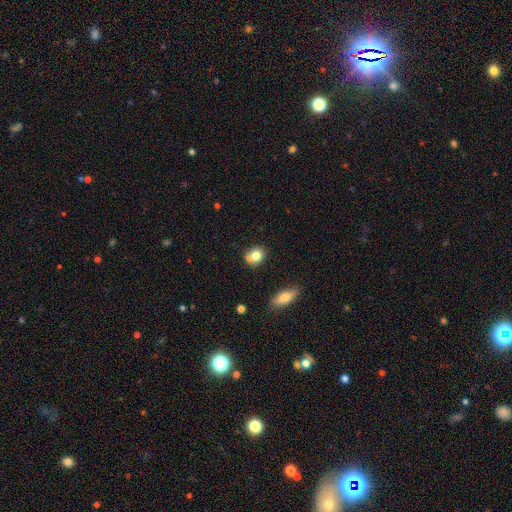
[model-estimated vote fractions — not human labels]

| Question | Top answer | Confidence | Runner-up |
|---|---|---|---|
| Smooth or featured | smooth | 76% | featured or disk (13%) |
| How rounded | round | 65% | in between (34%) |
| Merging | none | 61% | minor disturbance (19%) |